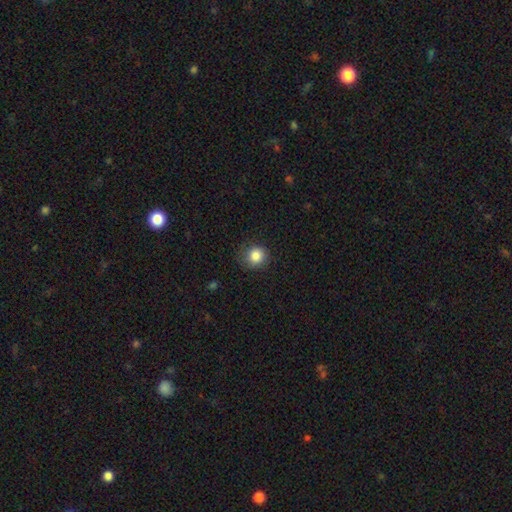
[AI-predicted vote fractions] Smooth or featured?
  - smooth: 85% *
  - star or artifact: 10%
  - featured or disk: 5%
How rounded?
  - round: 87% *
  - in between: 12%
  - cigar-shaped: 1%
Merging?
  - none: 80% *
  - minor disturbance: 15%
  - major disturbance: 4%
  - merger: 1%